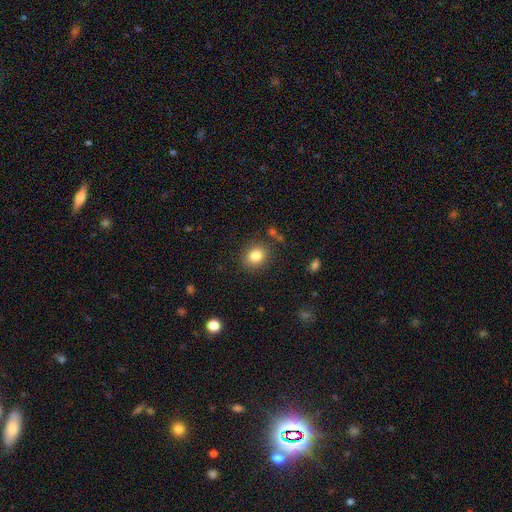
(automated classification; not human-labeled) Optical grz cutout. It shows a smooth galaxy with no disk features (83%) that is round (67%). Merging: none (86%).